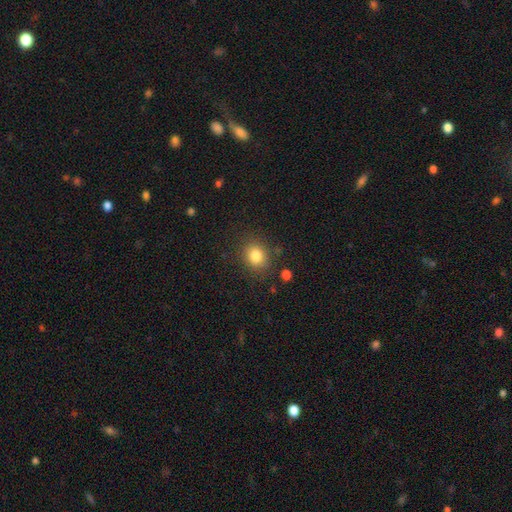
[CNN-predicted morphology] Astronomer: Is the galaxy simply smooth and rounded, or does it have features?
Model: smooth — 83%.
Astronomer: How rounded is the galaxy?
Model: round — 72%.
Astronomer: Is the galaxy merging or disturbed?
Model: none — 83%.